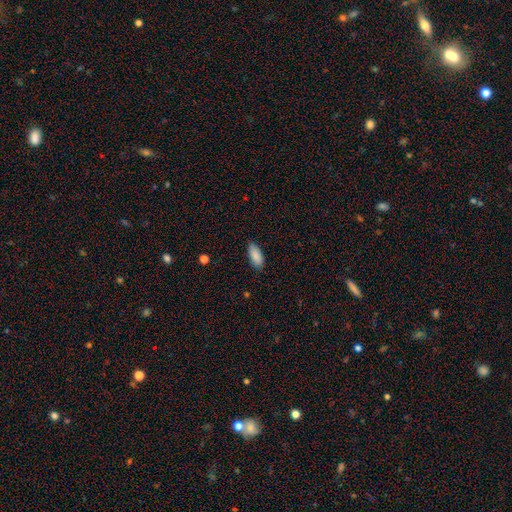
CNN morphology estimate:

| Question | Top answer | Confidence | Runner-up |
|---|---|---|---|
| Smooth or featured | smooth | 89% | star or artifact (7%) |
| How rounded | in between | 87% | cigar-shaped (11%) |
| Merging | none | 84% | minor disturbance (12%) |